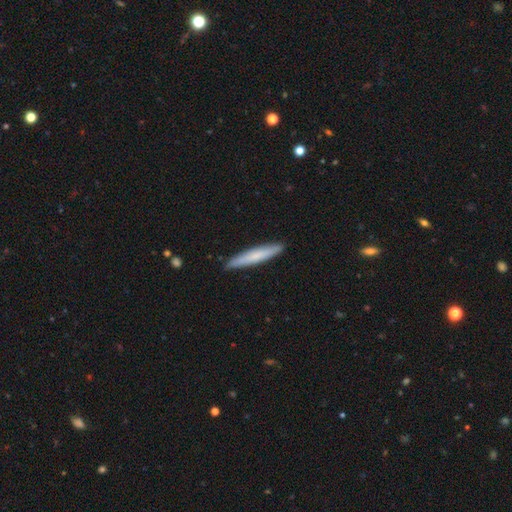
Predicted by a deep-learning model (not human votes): Smooth or featured?
  - smooth: 70% *
  - featured or disk: 25%
  - star or artifact: 5%
How rounded?
  - cigar-shaped: 94% *
  - in between: 5%
  - round: 1%
Merging?
  - none: 90% *
  - minor disturbance: 7%
  - major disturbance: 1%
  - merger: 1%